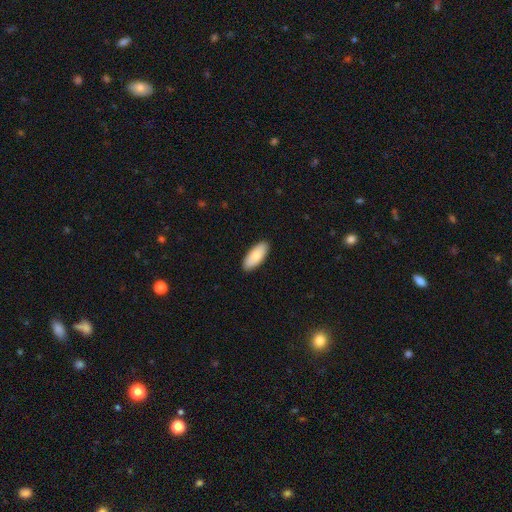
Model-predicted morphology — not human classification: smooth 80%, featured or disk 14%, star or artifact 5%. Down the decision tree: how rounded — in between (85%); merging — none (90%).